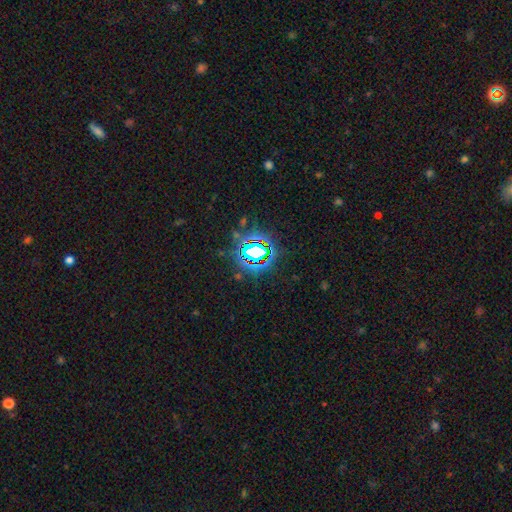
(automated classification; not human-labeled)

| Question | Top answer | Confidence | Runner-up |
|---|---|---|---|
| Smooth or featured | star or artifact | 75% | smooth (16%) |